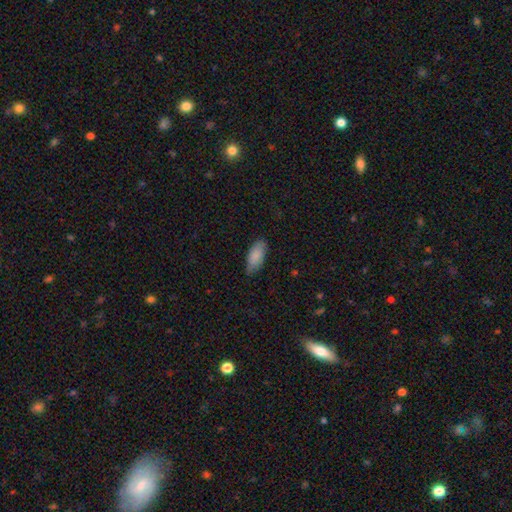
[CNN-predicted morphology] Smooth or featured: smooth — 86% (featured or disk — 8%)
How rounded: in between — 87% (cigar-shaped — 12%)
Merging: none — 79% (minor disturbance — 17%)